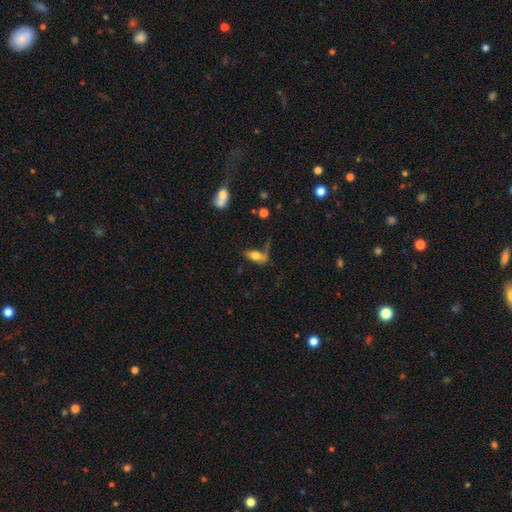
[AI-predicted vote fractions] Morphology: type=smooth (65%); roundness=in between (74%); merging=none (44%).